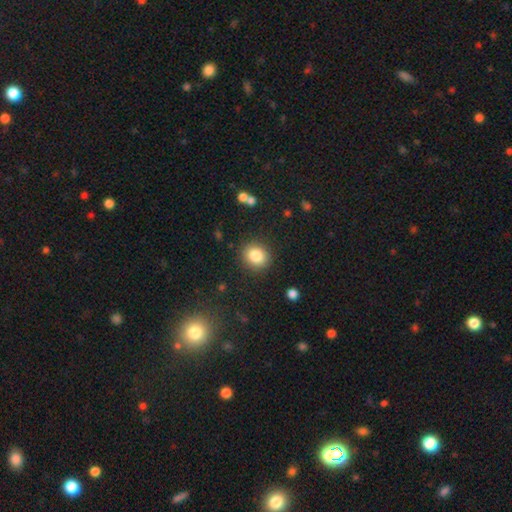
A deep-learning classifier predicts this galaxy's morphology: Overall: smooth (84%). How rounded: round (76%). Merging: none (88%).